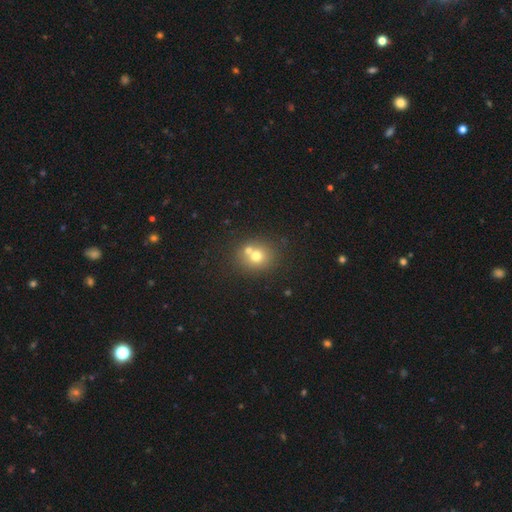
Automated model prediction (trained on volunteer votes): Morphology: type=smooth (69%); roundness=round (79%); merging=none (55%).